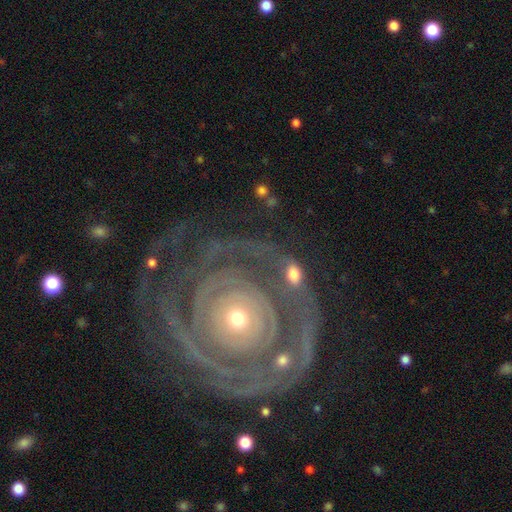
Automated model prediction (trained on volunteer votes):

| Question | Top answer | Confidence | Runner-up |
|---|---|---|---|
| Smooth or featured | featured or disk | 87% | smooth (7%) |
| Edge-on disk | no | 97% | yes (3%) |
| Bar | no | 86% | weak (9%) |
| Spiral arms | yes | 88% | no (12%) |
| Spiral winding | tight | 84% | medium (12%) |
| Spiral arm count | can't tell | 32% | 2 (23%) |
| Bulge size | small | 62% | moderate (33%) |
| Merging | none | 71% | minor disturbance (15%) |